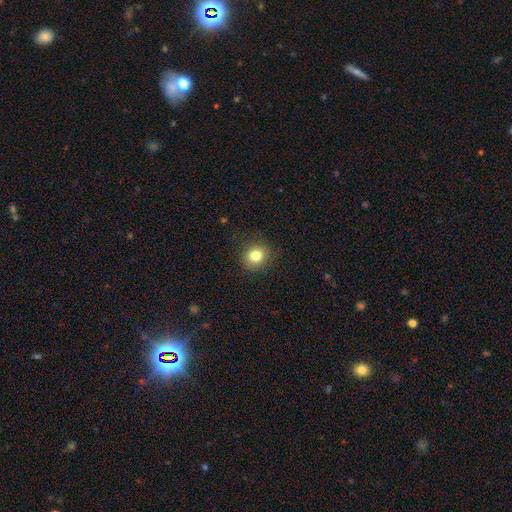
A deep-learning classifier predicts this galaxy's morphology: A smooth galaxy with no disk features (80%) that is round (78%). Merging: none (88%).